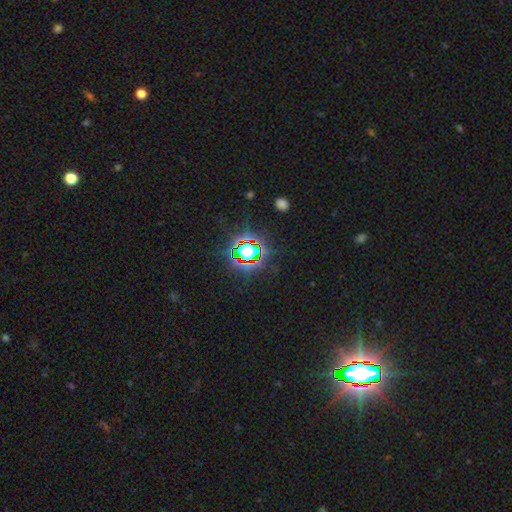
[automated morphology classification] The model was most divided on "smooth or featured": star or artifact: 82%, smooth: 11%, featured or disk: 8%.